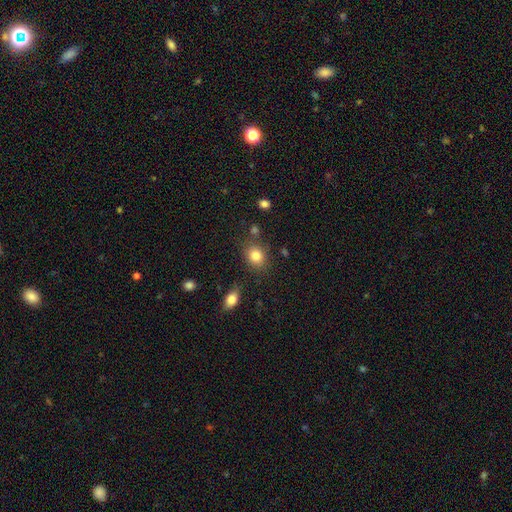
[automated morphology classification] Overall: smooth (83%). How rounded: round (57%; in between 42%). Merging: none (77%).